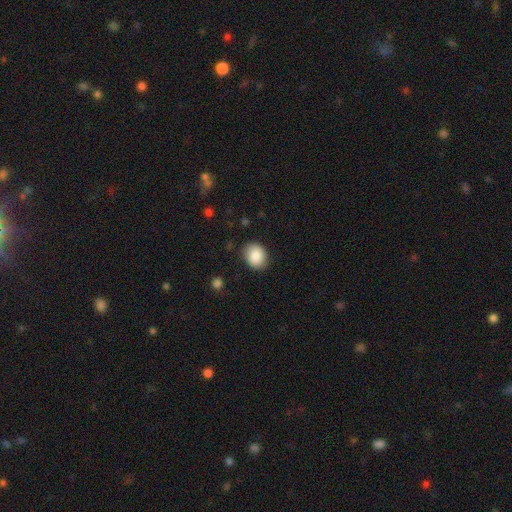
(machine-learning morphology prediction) This is clearly a smooth galaxy (87%). How rounded: possibly round (56%). Merging: clearly none (85%).